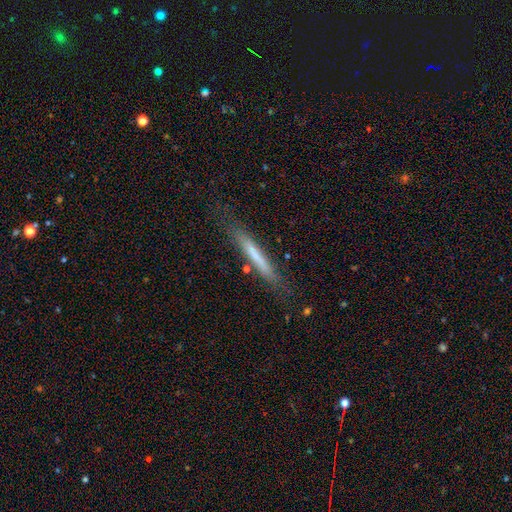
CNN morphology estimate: A smooth galaxy with no disk features (59%) that is cigar-shaped (95%). Merging: none (77%).